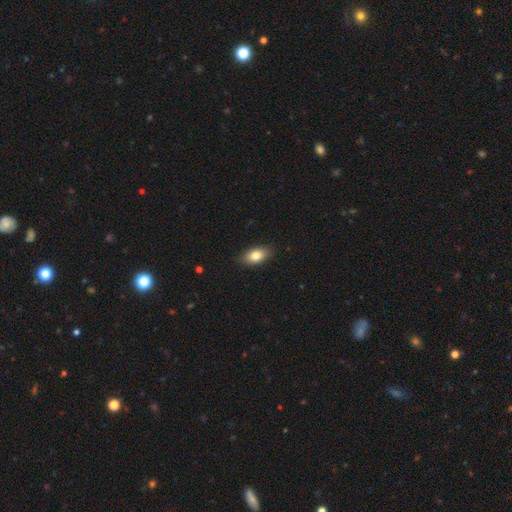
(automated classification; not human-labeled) The model was most divided on "smooth or featured": smooth: 80%, featured or disk: 12%, star or artifact: 8%. More confident: how rounded — in between (89%); merging — none (87%).